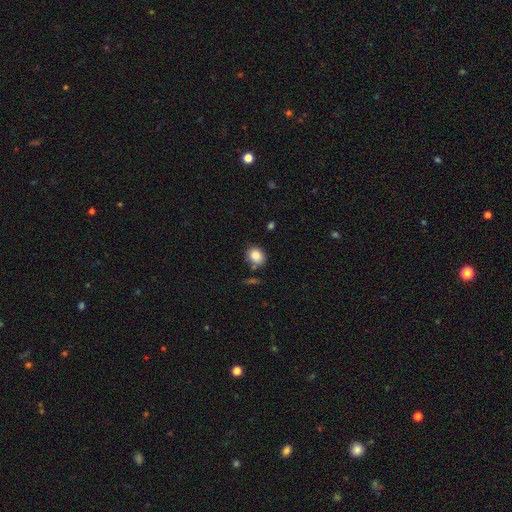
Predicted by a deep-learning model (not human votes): smooth_or_featured: smooth (p=0.87) [alt: star or artifact p=0.09]
how_rounded: round (p=0.55) [alt: in between p=0.44]
merging: none (p=0.73) [alt: minor disturbance p=0.16]